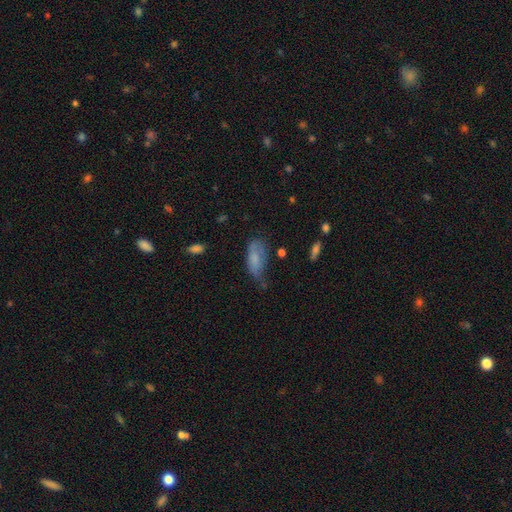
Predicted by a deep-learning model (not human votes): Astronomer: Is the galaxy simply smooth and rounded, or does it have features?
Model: smooth — 72%.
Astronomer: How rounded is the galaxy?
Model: in between — 86%.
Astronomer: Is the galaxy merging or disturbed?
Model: minor disturbance — 39% (runner-up: none, 33%).